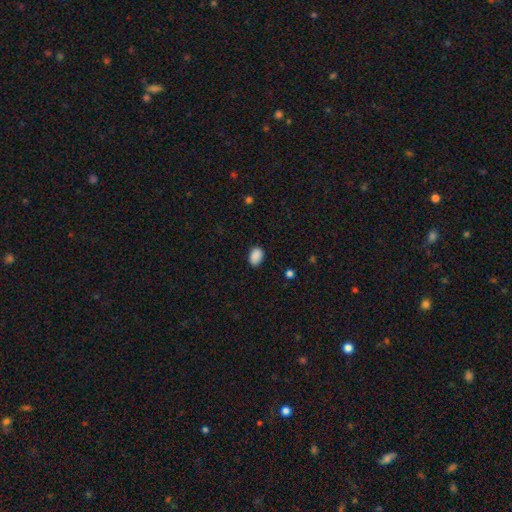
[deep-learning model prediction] A smooth galaxy with no disk features (88%) that is in between round and cigar-shaped (83%). Merging: none (82%).